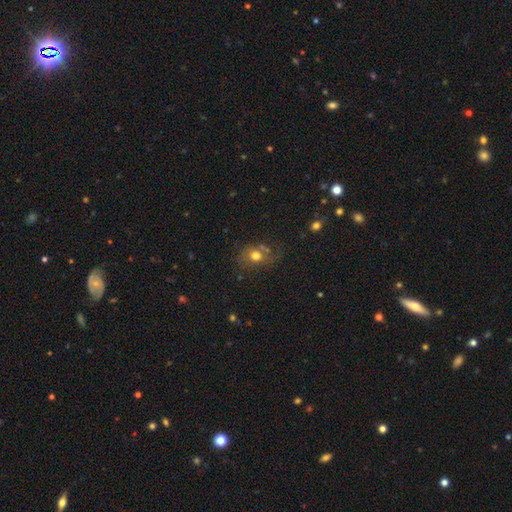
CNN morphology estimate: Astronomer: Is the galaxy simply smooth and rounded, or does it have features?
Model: smooth — 65%.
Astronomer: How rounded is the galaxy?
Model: round — 55% (runner-up: in between, 44%).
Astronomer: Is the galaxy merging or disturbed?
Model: none — 52%.